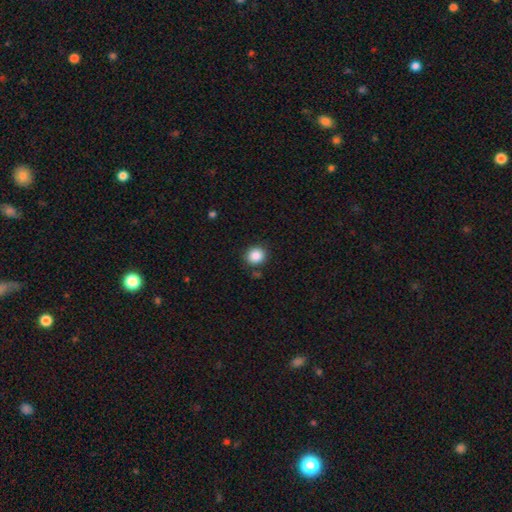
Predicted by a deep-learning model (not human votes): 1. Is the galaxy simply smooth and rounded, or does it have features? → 87% smooth, 10% star or artifact, 4% featured or disk.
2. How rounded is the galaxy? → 85% round, 14% in between, 1% cigar-shaped.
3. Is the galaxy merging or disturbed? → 86% none, 8% minor disturbance, 3% merger, 2% major disturbance.